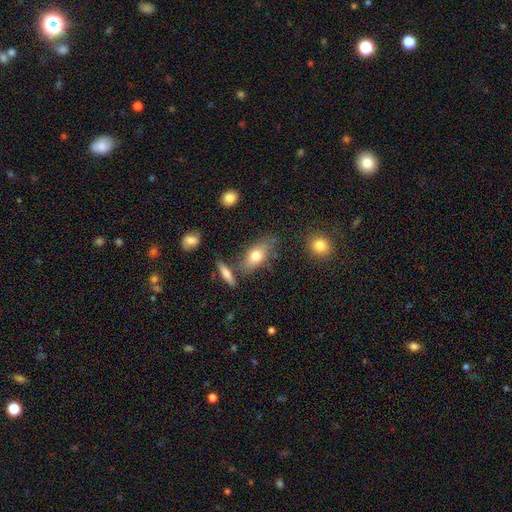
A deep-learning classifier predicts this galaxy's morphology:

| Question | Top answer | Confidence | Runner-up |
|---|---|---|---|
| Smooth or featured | smooth | 72% | featured or disk (20%) |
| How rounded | in between | 80% | cigar-shaped (12%) |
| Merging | none | 66% | minor disturbance (17%) |